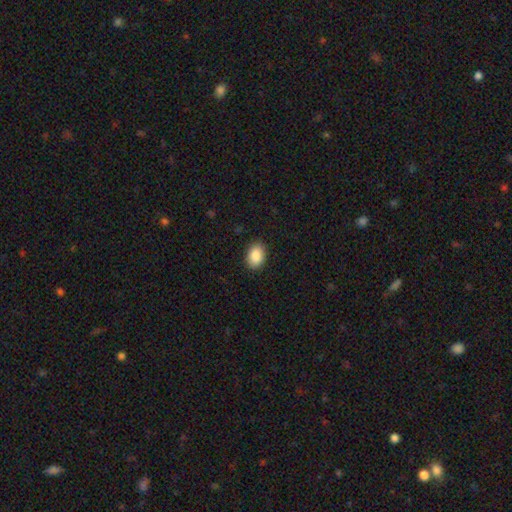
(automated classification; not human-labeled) smooth-or-featured: smooth: 89% | star or artifact: 7% | featured or disk: 3%
  how-rounded: in between: 80% | round: 19% | cigar-shaped: 1%
  merging: none: 89% | minor disturbance: 8% | major disturbance: 2% | merger: 1%